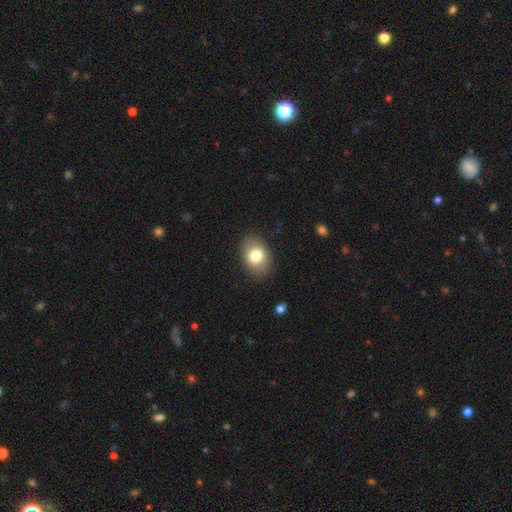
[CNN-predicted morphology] This is likely a smooth galaxy (78%). How rounded: likely in between (80%). Merging: clearly none (86%).